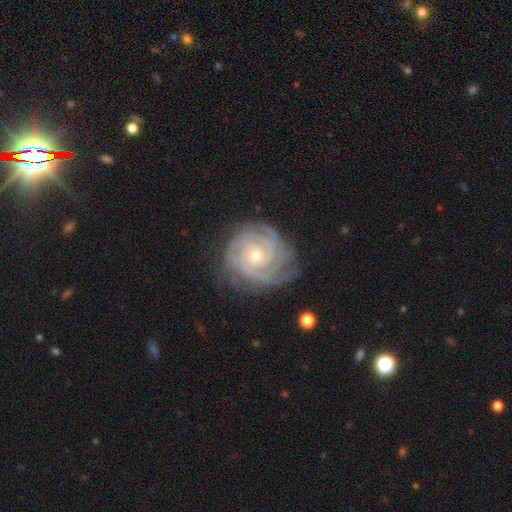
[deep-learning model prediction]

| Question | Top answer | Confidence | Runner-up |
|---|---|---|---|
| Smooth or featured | featured or disk | 90% | smooth (5%) |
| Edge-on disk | no | 98% | yes (2%) |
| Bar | no | 75% | weak (20%) |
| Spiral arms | yes | 98% | no (2%) |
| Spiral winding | tight | 82% | medium (16%) |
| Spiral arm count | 3 | 30% | 4 (19%) |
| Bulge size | small | 57% | moderate (40%) |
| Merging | none | 74% | minor disturbance (19%) |